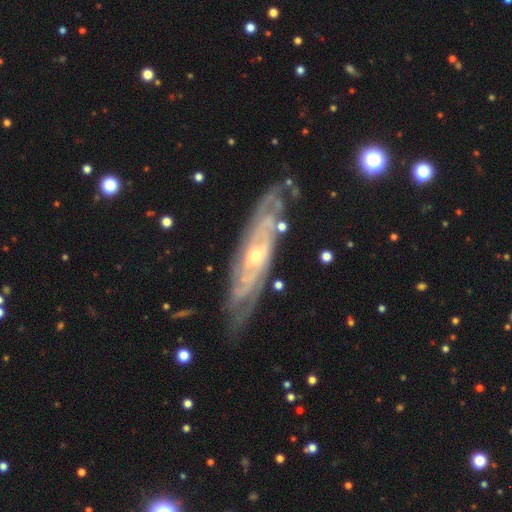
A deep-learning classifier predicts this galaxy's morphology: This is clearly a featured or disk galaxy (88%). It is likely not viewed edge-on (76%). Bar: likely no (65%). Spiral arm pattern: clearly yes (95%). Spiral arm count: possibly can't tell (46%). Spiral winding: likely tight (72%). Central bulge: likely small (69%). Merging: likely none (78%).